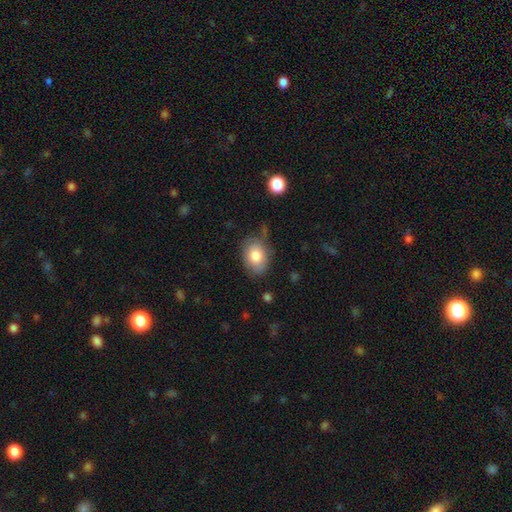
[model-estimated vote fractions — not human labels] This appears to be a smooth galaxy with no disk features (77%) that is in between round and cigar-shaped (78%). Merging: none (64%).